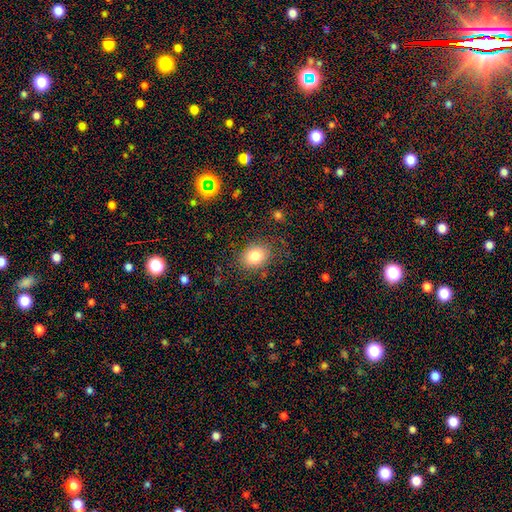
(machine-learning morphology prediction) type=smooth (82%); roundness=in between (56%); merging=none (79%).